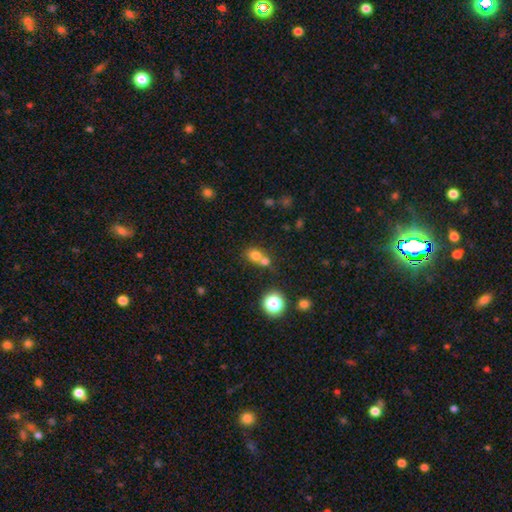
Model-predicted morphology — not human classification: Smooth or featured? smooth (73%)
How rounded? round (60%)
Merging? merger (52%)